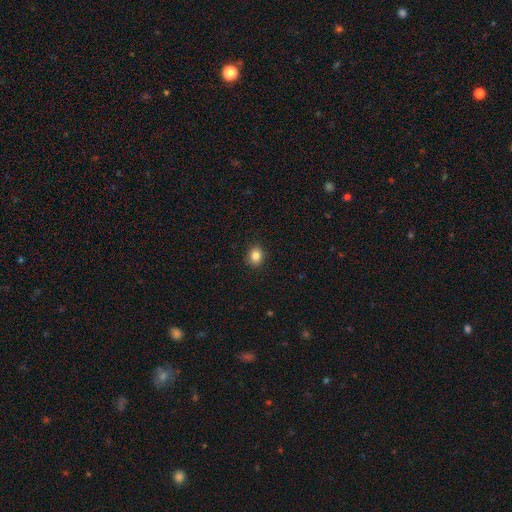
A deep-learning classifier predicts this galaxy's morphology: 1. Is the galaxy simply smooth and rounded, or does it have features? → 85% smooth, 11% star or artifact, 5% featured or disk.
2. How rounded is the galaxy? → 69% round, 30% in between, 1% cigar-shaped.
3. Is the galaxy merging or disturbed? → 91% none, 7% minor disturbance, 2% major disturbance, 1% merger.